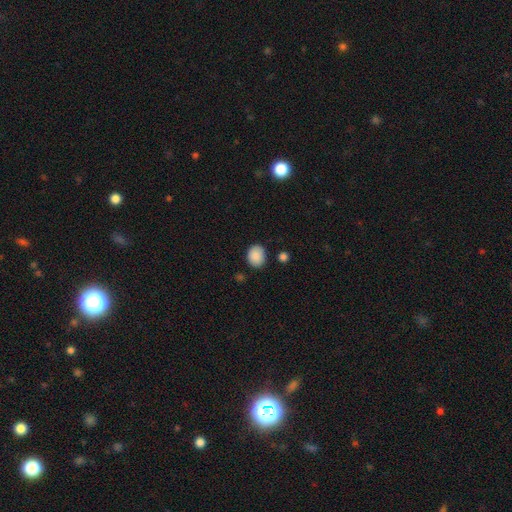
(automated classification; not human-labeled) Q: Smooth or featured?
A: smooth (89%); runner-up: star or artifact (8%)
Q: How rounded?
A: round (58%); runner-up: in between (41%)
Q: Merging?
A: none (83%); runner-up: minor disturbance (11%)